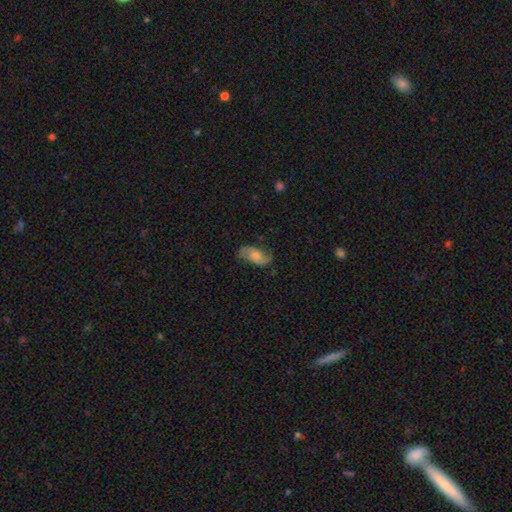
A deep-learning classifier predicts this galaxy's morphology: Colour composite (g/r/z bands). It shows a featured or disk galaxy (61%) with no bar (63%), 2 (89%) loose (55%) spiral arms (92%) and a moderate central bulge (33%). Merging: none (71%).